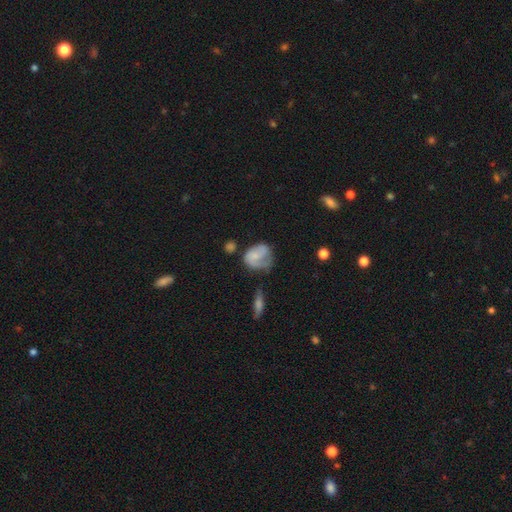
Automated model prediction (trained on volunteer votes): Overall: smooth (55%; featured or disk 37%). How rounded: in between (51%; round 48%). Merging: none (35%; minor disturbance 31%).